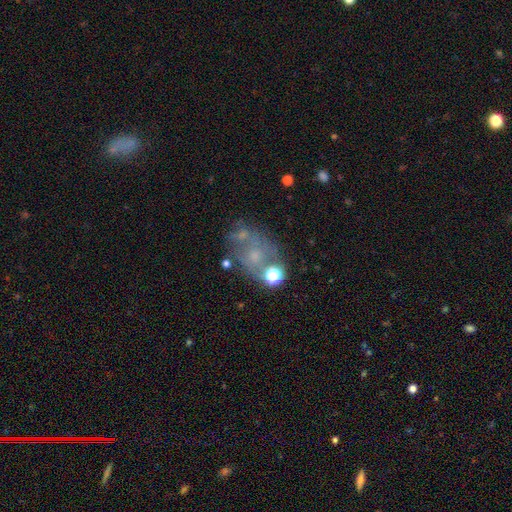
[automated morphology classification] This appears to be a featured or disk galaxy (44%). Merging: none (48%).